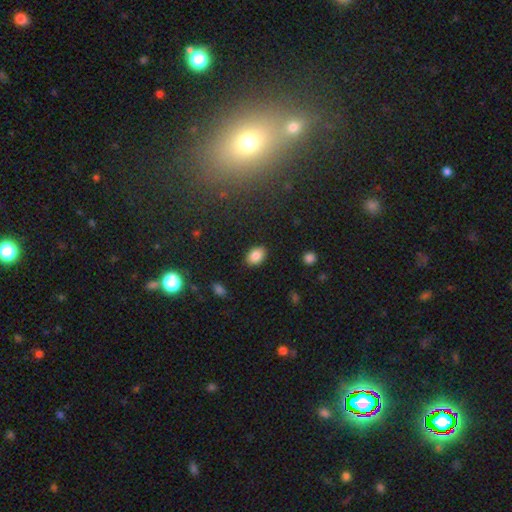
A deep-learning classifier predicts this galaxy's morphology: smooth 86%, star or artifact 8%, featured or disk 5%. Down the decision tree: how rounded — in between (81%); merging — none (87%).